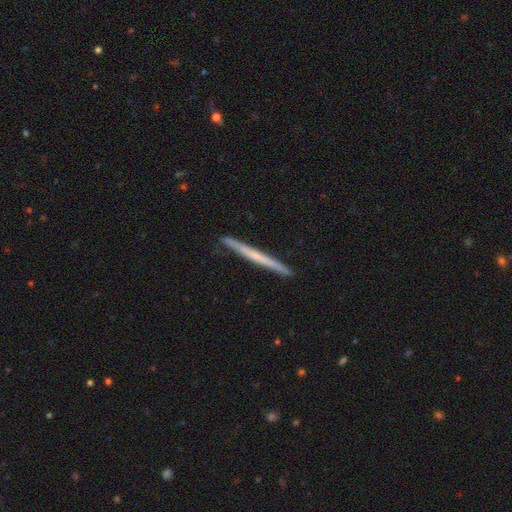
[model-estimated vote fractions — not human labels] Morphology: type=featured or disk (54%); edge-on=yes (98%); edge-on bulge=none (81%); merging=none (91%).